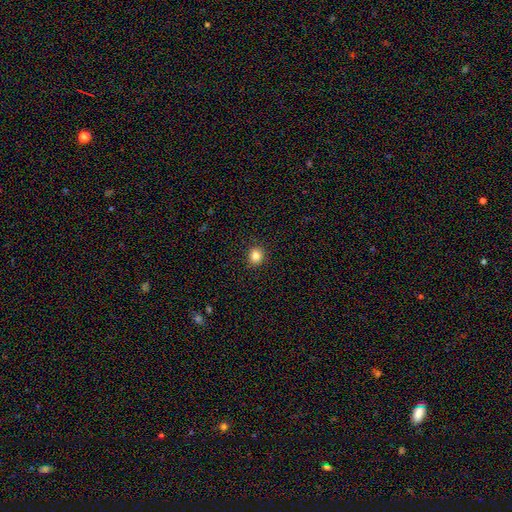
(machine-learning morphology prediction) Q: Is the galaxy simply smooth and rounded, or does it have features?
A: smooth — 84%.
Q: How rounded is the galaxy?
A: round — 81%.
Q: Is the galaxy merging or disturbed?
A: none — 92%.